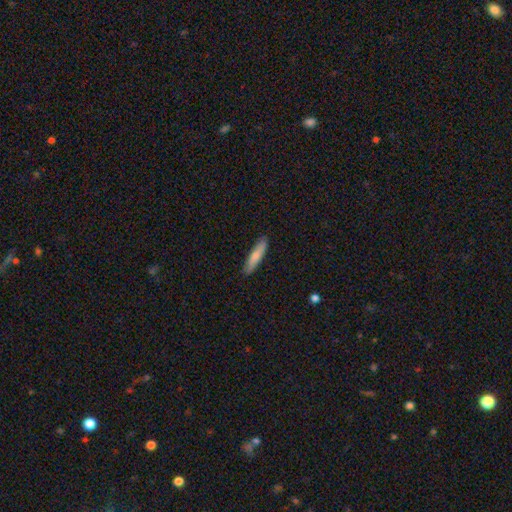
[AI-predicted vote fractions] A smooth galaxy with no disk features (77%) that is cigar-shaped (81%).

Vote fractions:
- Smooth or featured? smooth: 77% / featured or disk: 17% / star or artifact: 5%
- How rounded? cigar-shaped: 81% / in between: 18% / round: 1%
- Merging? none: 88% / minor disturbance: 9% / major disturbance: 2% / merger: 1%